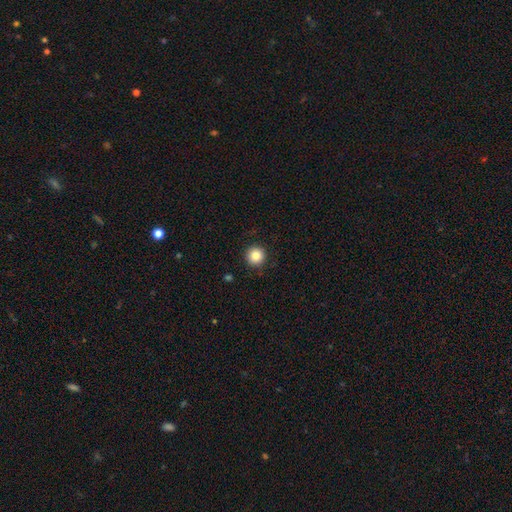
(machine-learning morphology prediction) type=smooth (85%); roundness=round (96%); merging=none (92%).